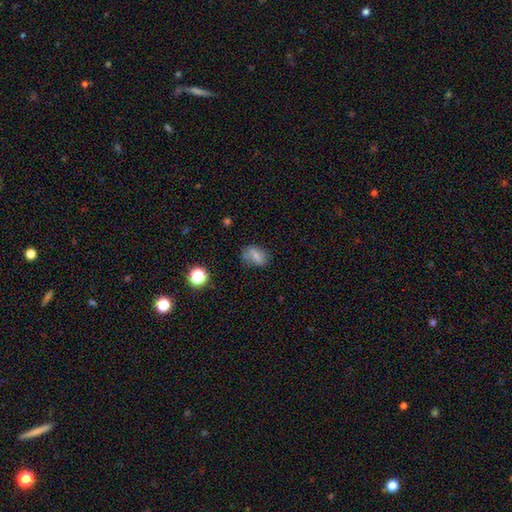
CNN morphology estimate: Q: Smooth or featured?
A: smooth (61%); runner-up: featured or disk (25%)
Q: How rounded?
A: in between (69%); runner-up: round (27%)
Q: Merging?
A: none (60%); runner-up: minor disturbance (26%)